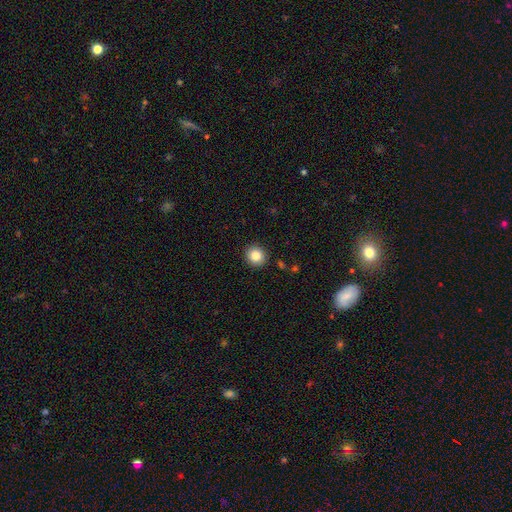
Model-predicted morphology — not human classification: Overall: smooth (84%). How rounded: round (88%). Merging: none (91%).